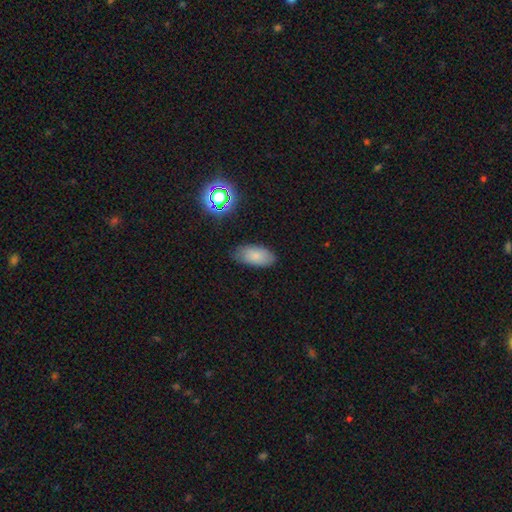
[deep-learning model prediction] Smooth or featured?
  - smooth: 80% *
  - featured or disk: 10%
  - star or artifact: 10%
How rounded?
  - in between: 93% *
  - cigar-shaped: 4%
  - round: 3%
Merging?
  - none: 78% *
  - minor disturbance: 17%
  - major disturbance: 3%
  - merger: 1%